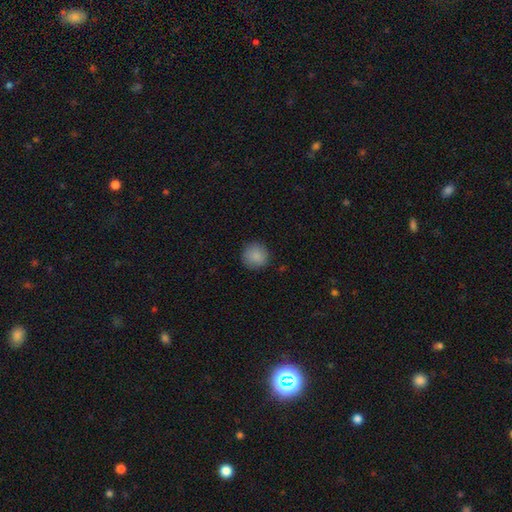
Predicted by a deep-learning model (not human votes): smooth_or_featured: smooth (p=0.87) [alt: star or artifact p=0.09]
how_rounded: round (p=0.93) [alt: in between p=0.06]
merging: none (p=0.89) [alt: minor disturbance p=0.08]